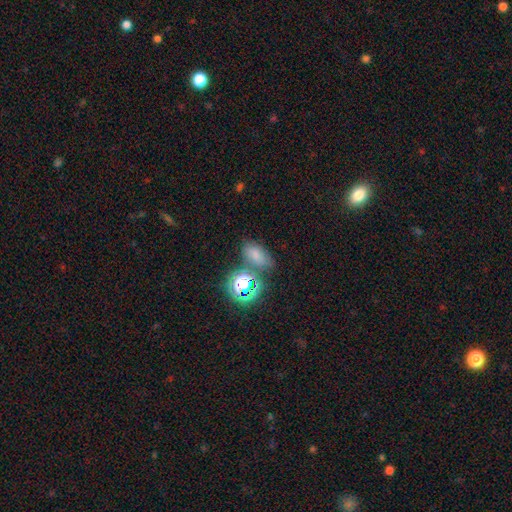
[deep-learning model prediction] smooth_or_featured: smooth (p=0.63) [alt: star or artifact p=0.27]
how_rounded: in between (p=0.83) [alt: round p=0.15]
merging: none (p=0.61) [alt: minor disturbance p=0.17]